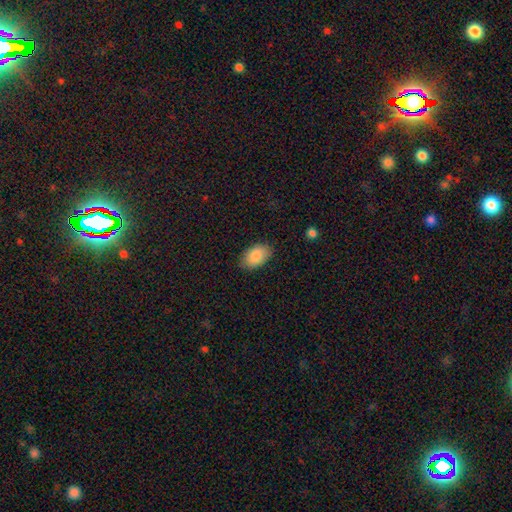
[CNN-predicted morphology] Overall: smooth (86%). How rounded: in between (93%). Merging: none (85%).